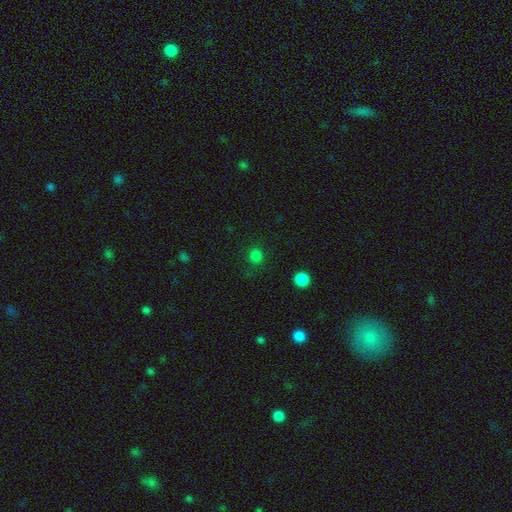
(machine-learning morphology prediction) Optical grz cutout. It shows a smooth galaxy with no disk features (79%) that is round (91%). Merging: none (85%).